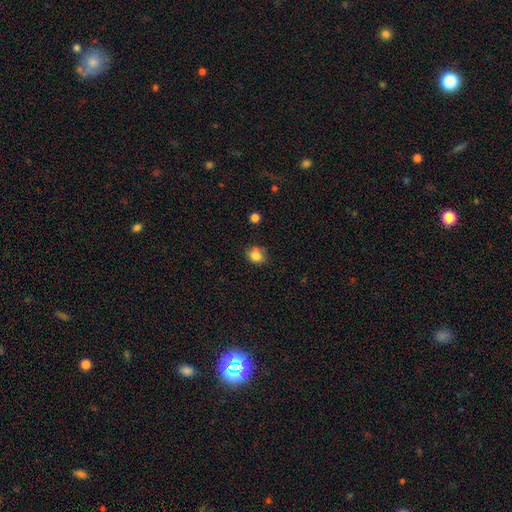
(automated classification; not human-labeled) The model was most divided on "how rounded": round: 65%, in between: 34%, cigar-shaped: 1%. More confident: smooth or featured — smooth (82%); merging — none (69%).